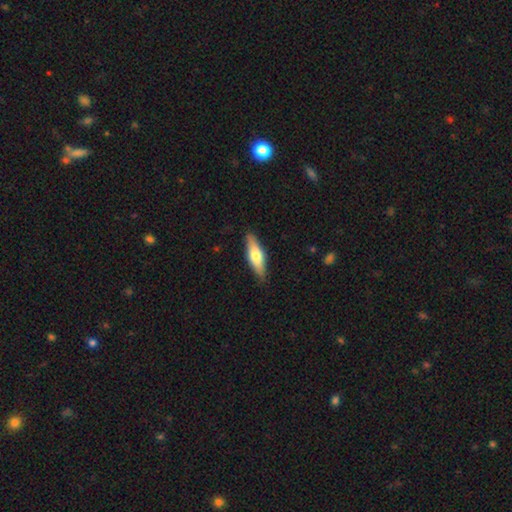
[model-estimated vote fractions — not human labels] smooth-or-featured: smooth: 58% | featured or disk: 37% | star or artifact: 6%
  how-rounded: cigar-shaped: 54% | in between: 44% | round: 2%
  merging: none: 85% | minor disturbance: 12% | major disturbance: 2% | merger: 1%